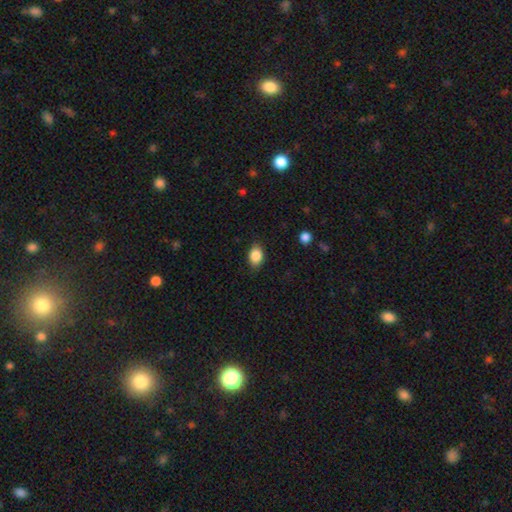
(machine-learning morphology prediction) A smooth galaxy with no disk features (87%) that is in between round and cigar-shaped (77%). Merging: none (82%).